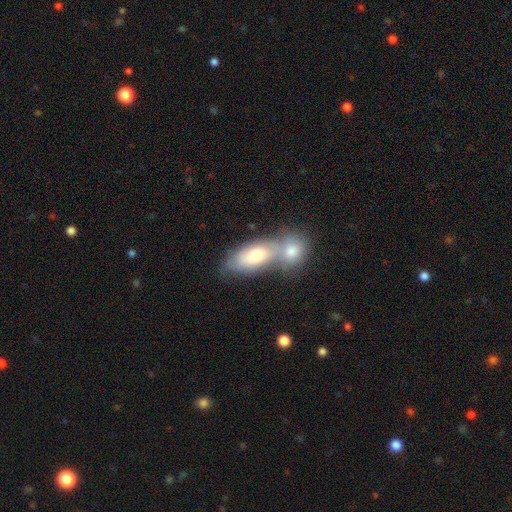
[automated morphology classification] Smooth or featured? Predicted: smooth (p=0.72). How rounded? Predicted: in between (p=0.84). Merging? Predicted: merger (p=0.57).